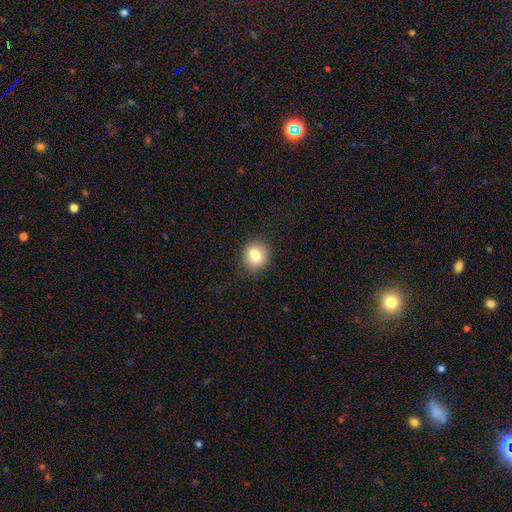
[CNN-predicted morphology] A smooth galaxy with no disk features (78%) that is round (78%).

Vote fractions:
- Smooth or featured? smooth: 78% / featured or disk: 12% / star or artifact: 10%
- How rounded? round: 78% / in between: 21% / cigar-shaped: 1%
- Merging? none: 84% / minor disturbance: 11% / major disturbance: 3% / merger: 2%